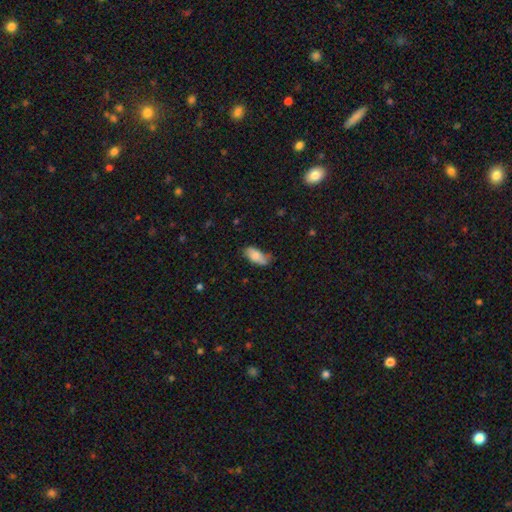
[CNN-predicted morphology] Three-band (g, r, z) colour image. It shows a smooth galaxy with no disk features (79%) that is in between round and cigar-shaped (89%). Merging: none (62%).